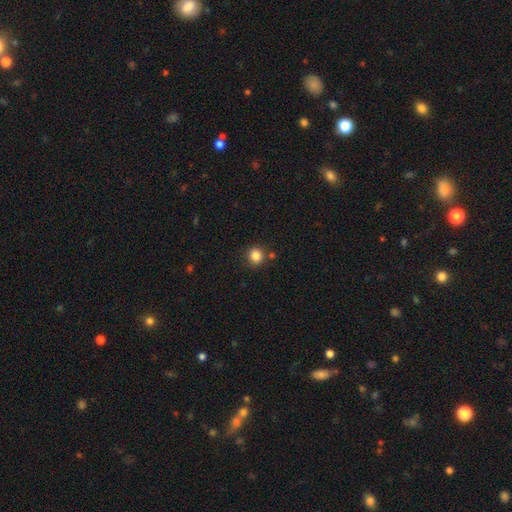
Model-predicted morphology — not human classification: Overall: smooth (84%). How rounded: round (91%). Merging: none (83%).